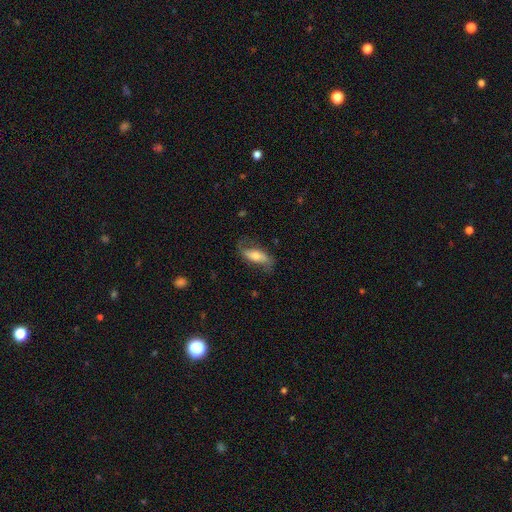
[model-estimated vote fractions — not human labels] The model was most divided on "smooth or featured": featured or disk: 59%, smooth: 34%, star or artifact: 7%. More confident: edge-on disk — no (84%); merging — none (69%).